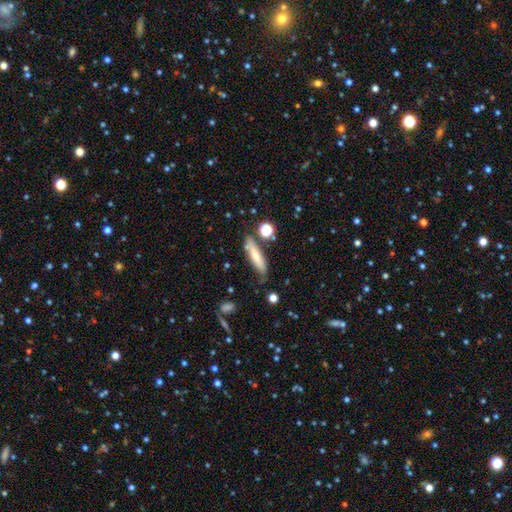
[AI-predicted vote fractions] smooth_or_featured: smooth (p=0.61) [alt: featured or disk p=0.31]
how_rounded: cigar-shaped (p=0.72) [alt: in between p=0.26]
merging: none (p=0.67) [alt: minor disturbance p=0.20]